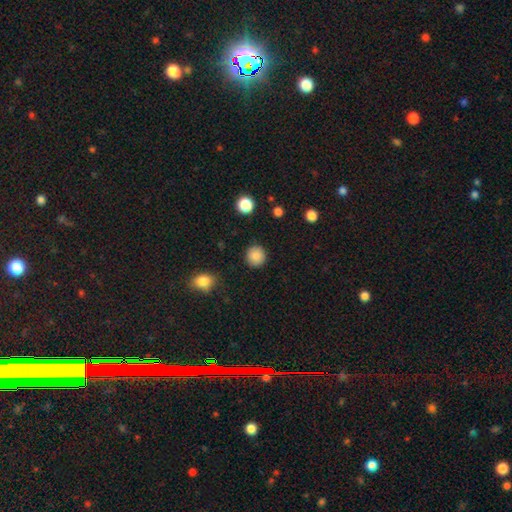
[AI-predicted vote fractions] This is clearly a smooth galaxy (86%). How rounded: clearly round (93%). Merging: clearly none (90%).